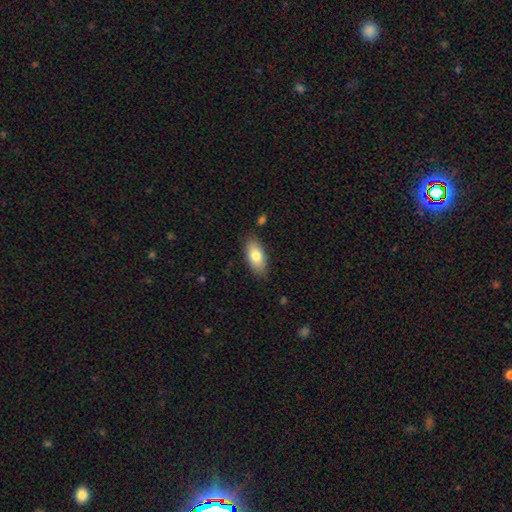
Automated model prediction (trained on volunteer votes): smooth 78%, featured or disk 15%, star or artifact 6%. Down the decision tree: how rounded — in between (88%); merging — none (84%).